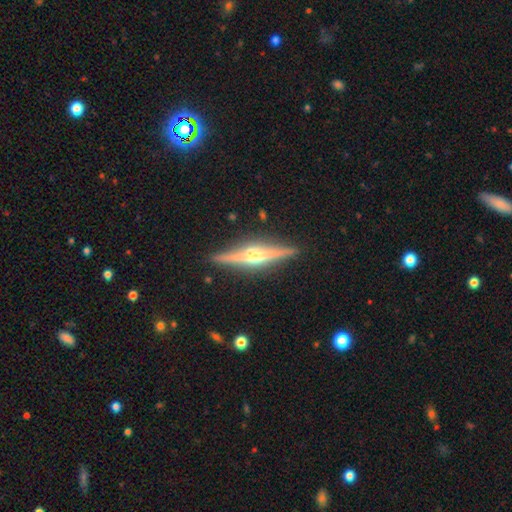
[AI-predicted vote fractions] This appears to be a featured or disk galaxy (83%) viewed edge-on (98%) with a rounded central bulge (91%). Merging: none (90%).